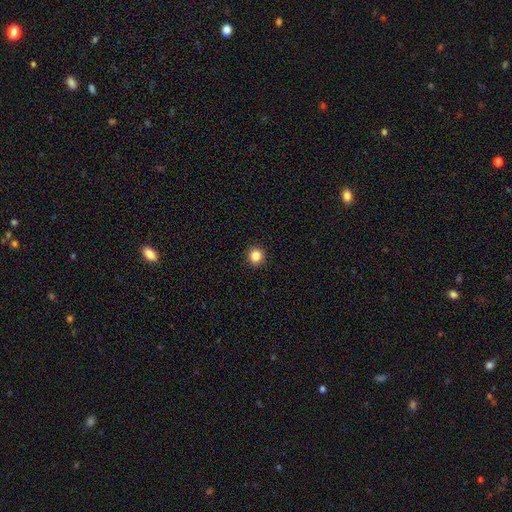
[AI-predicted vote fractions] smooth-or-featured: smooth: 84% | star or artifact: 11% | featured or disk: 4%
  how-rounded: round: 89% | in between: 10% | cigar-shaped: 1%
  merging: none: 92% | minor disturbance: 5% | major disturbance: 2% | merger: 1%